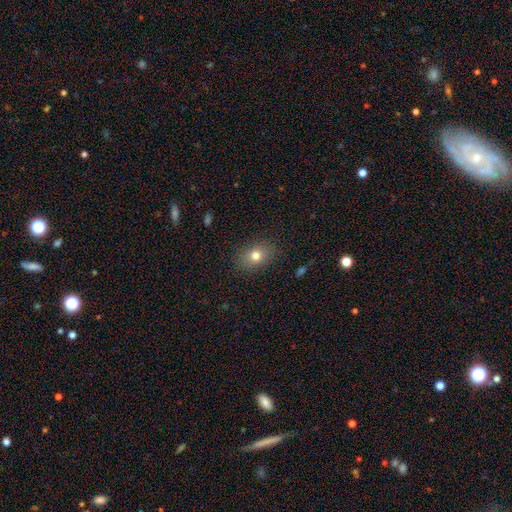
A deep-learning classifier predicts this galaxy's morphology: smooth 77%, featured or disk 12%, star or artifact 12%. Down the decision tree: how rounded — in between (65%); merging — none (86%).